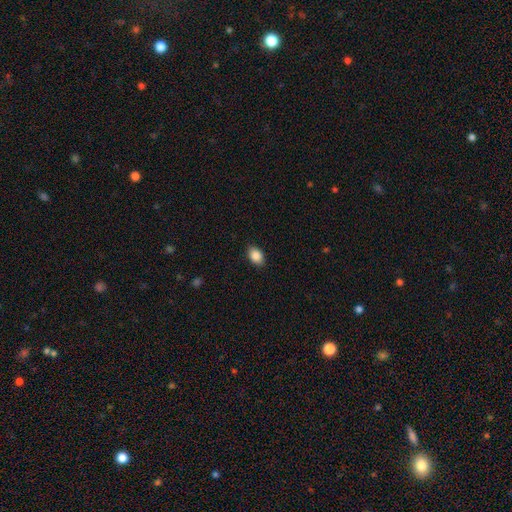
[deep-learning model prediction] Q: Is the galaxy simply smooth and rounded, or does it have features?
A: smooth — 88%.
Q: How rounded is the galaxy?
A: in between — 81%.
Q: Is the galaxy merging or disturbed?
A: none — 88%.